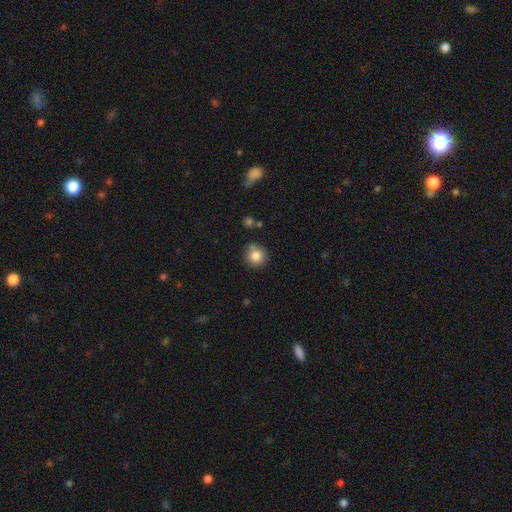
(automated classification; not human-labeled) Morphology: type=smooth (84%); roundness=round (92%); merging=none (82%).